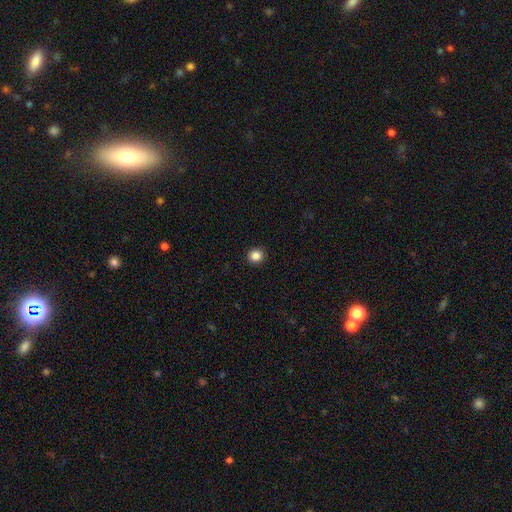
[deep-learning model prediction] The model was most divided on "how rounded": round: 87%, in between: 13%, cigar-shaped: 1%. More confident: merging — none (92%); smooth or featured — smooth (86%).